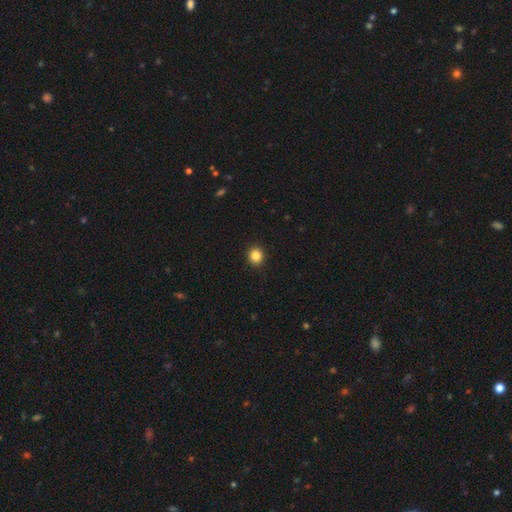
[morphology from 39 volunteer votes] This is clearly a smooth galaxy (85%). How rounded: clearly round (97%). Merging: clearly none (94%).